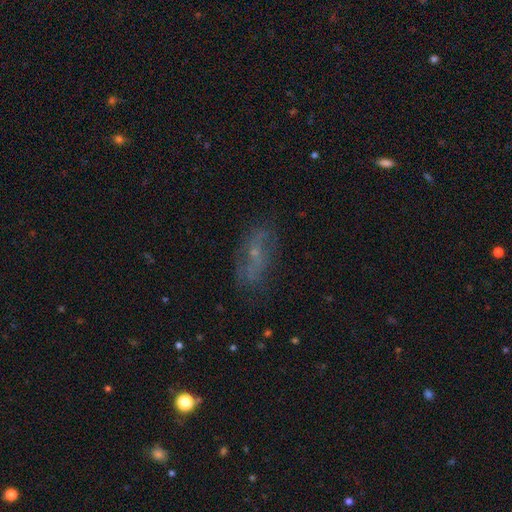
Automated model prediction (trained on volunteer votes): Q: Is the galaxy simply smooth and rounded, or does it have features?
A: featured or disk — 51%.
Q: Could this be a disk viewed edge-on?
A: no — 84%.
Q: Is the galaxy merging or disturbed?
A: none — 70%.